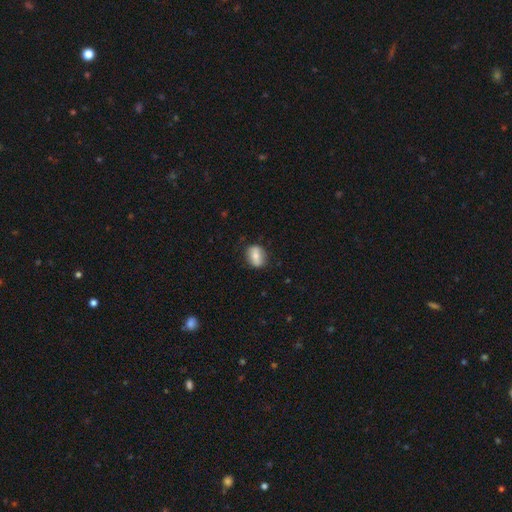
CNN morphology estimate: This is likely a smooth galaxy (66%). How rounded: likely in between (62%). Merging: clearly none (80%).